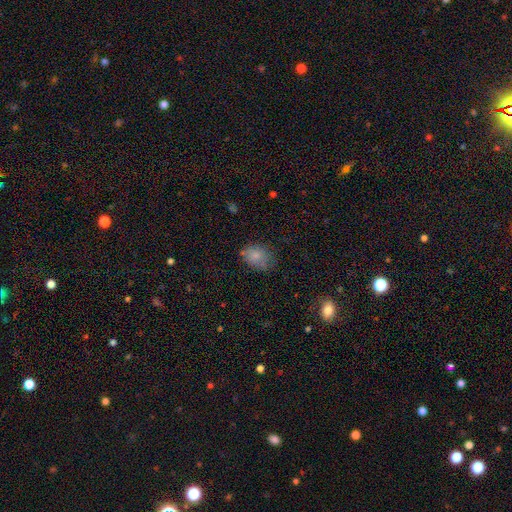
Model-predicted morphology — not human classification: Smooth or featured? Predicted: smooth (p=0.78). How rounded? Predicted: in between (p=0.61). Merging? Predicted: none (p=0.60).